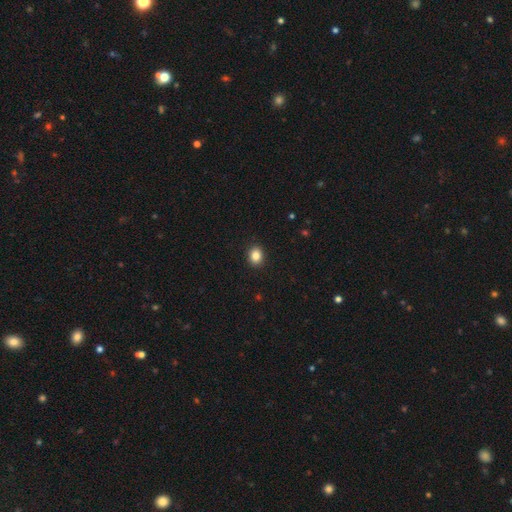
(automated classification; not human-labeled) A smooth galaxy with no disk features (85%) that is round (53%).

Vote fractions:
- Smooth or featured? smooth: 85% / star or artifact: 10% / featured or disk: 5%
- How rounded? round: 53% / in between: 46% / cigar-shaped: 1%
- Merging? none: 92% / minor disturbance: 6% / major disturbance: 2% / merger: 1%